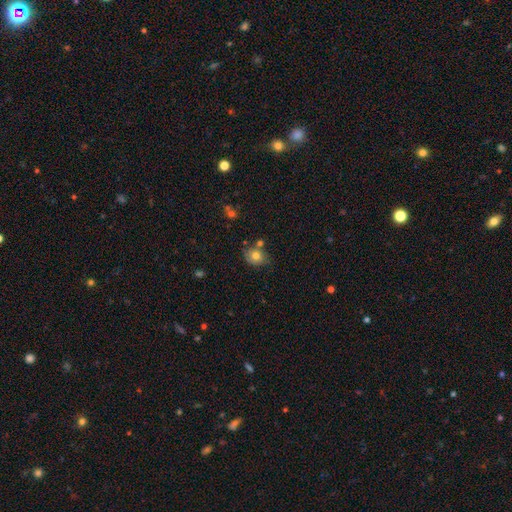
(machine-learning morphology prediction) Overall: smooth (74%). How rounded: round (57%; in between 42%). Merging: none (64%).